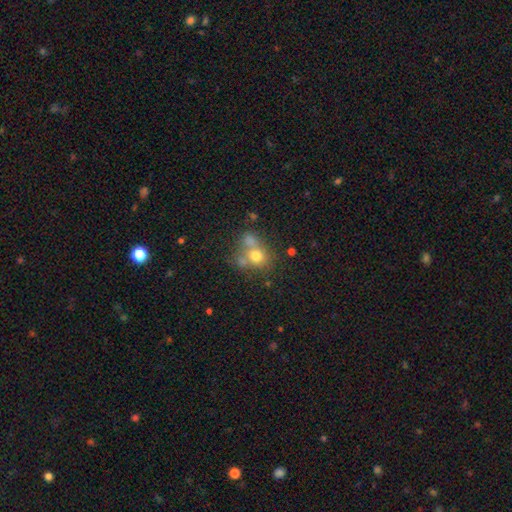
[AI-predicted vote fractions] Overall: smooth (68%). How rounded: round (66%; in between 33%). Merging: merger (41%; none 37%).